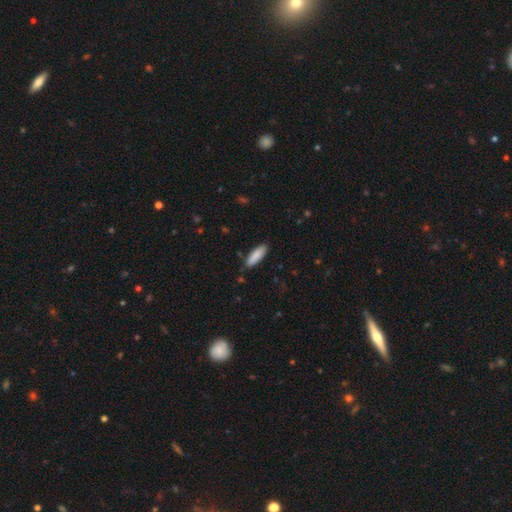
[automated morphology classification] type=smooth (87%); roundness=in between (57%); merging=none (85%).